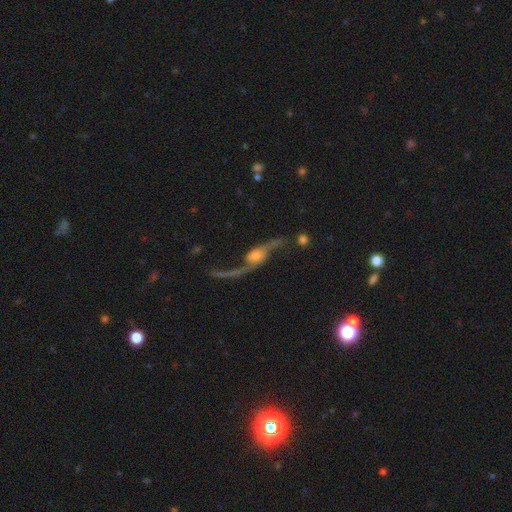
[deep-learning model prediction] featured or disk 87%, smooth 7%, star or artifact 6%. Down the decision tree: edge-on disk — no (86%); bar — no (59%); spiral arms — yes (94%); spiral arm count — 2 (93%); spiral winding — loose (93%); bulge size — moderate (50%); merging — none (55%).